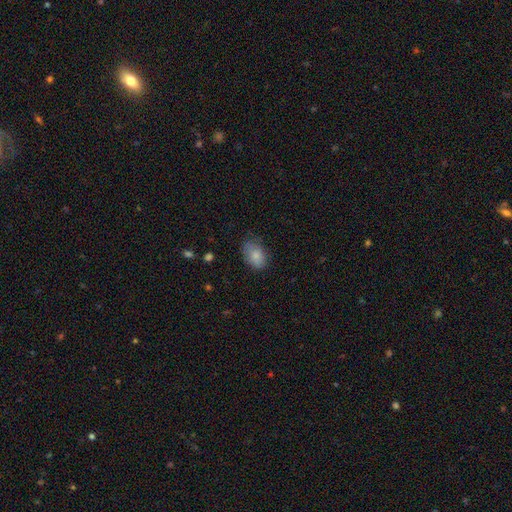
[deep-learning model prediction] smooth_or_featured: smooth (p=0.83) [alt: featured or disk p=0.09]
how_rounded: in between (p=0.87) [alt: round p=0.12]
merging: none (p=0.68) [alt: minor disturbance p=0.25]